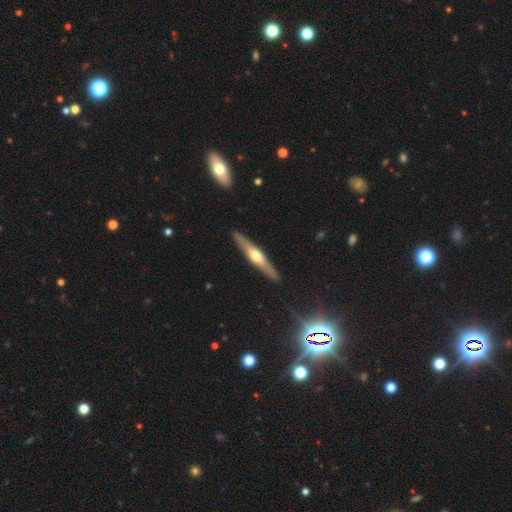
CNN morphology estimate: Smooth or featured? Predicted: featured or disk (p=0.69). Edge-on disk? Predicted: yes (p=0.96). Edge-on bulge? Predicted: rounded (p=0.93). Merging? Predicted: none (p=0.91).